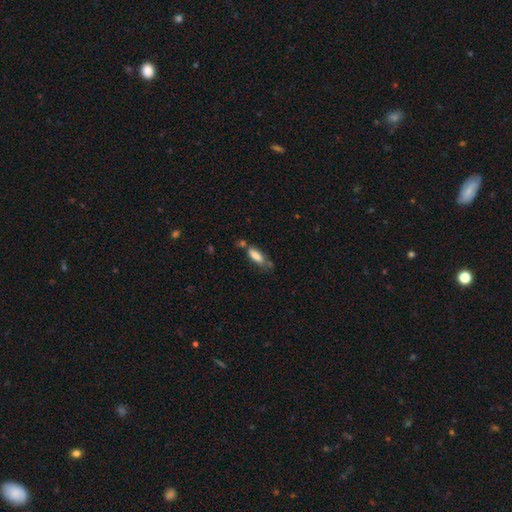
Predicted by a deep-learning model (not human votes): This is likely a smooth galaxy (78%). How rounded: likely in between (62%). Merging: possibly none (46%).